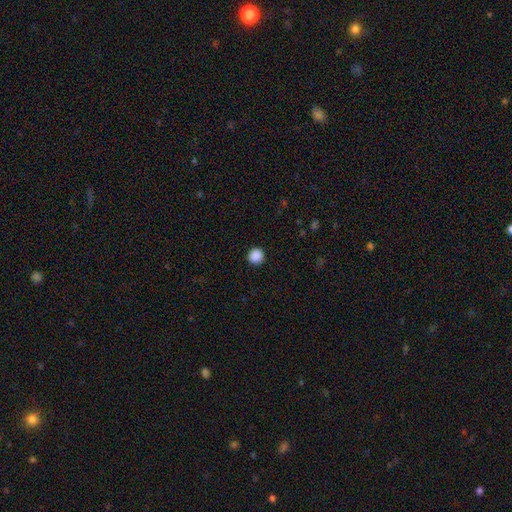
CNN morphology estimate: Smooth or featured? smooth (89%)
How rounded? round (95%)
Merging? none (93%)